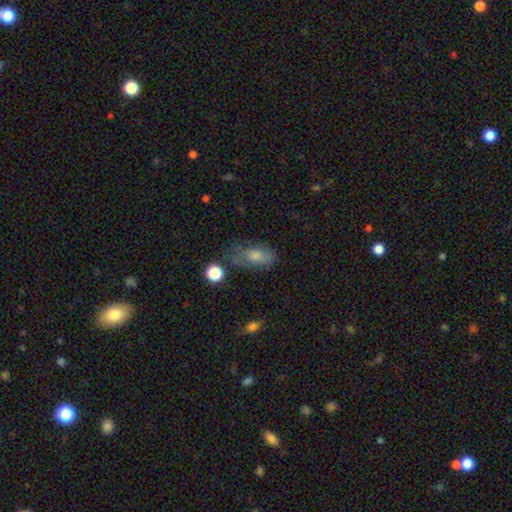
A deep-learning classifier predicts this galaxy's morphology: The model was most divided on "merging": none: 54%, minor disturbance: 28%, major disturbance: 13%, merger: 5%. More confident: how rounded — in between (84%); smooth or featured — smooth (63%).